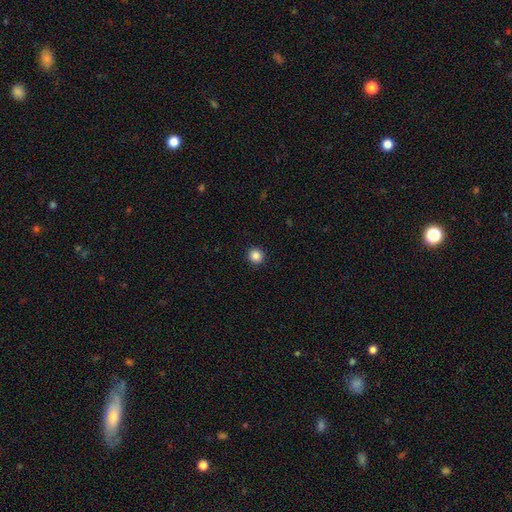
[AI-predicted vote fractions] A smooth galaxy with no disk features (87%) that is round (95%).

Vote fractions:
- Smooth or featured? smooth: 87% / star or artifact: 10% / featured or disk: 3%
- How rounded? round: 95% / in between: 4% / cigar-shaped: 1%
- Merging? none: 93% / minor disturbance: 4% / major disturbance: 2% / merger: 1%